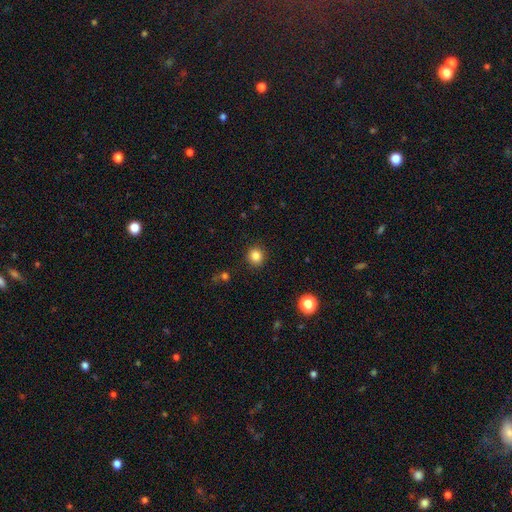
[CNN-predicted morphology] Smooth or featured? Predicted: smooth (p=0.84). How rounded? Predicted: round (p=0.89). Merging? Predicted: none (p=0.90).